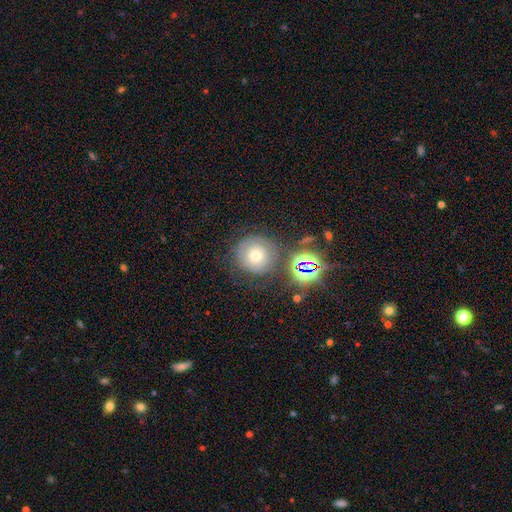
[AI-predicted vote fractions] Overall: smooth (43%; featured or disk 35%). Merging: none (74%).